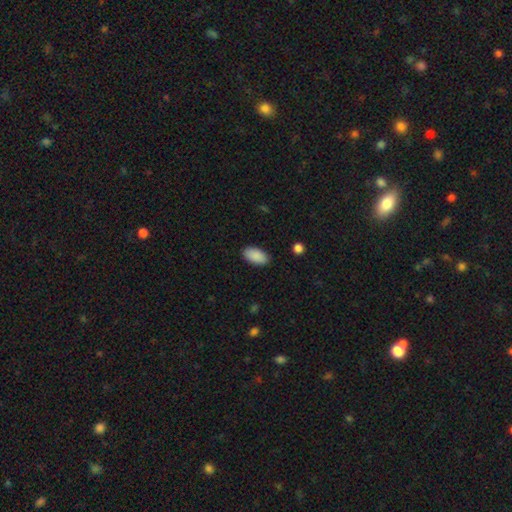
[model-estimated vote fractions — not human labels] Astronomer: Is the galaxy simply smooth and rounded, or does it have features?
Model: smooth — 90%.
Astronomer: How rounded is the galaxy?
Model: in between — 95%.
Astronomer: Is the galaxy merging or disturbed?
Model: none — 88%.